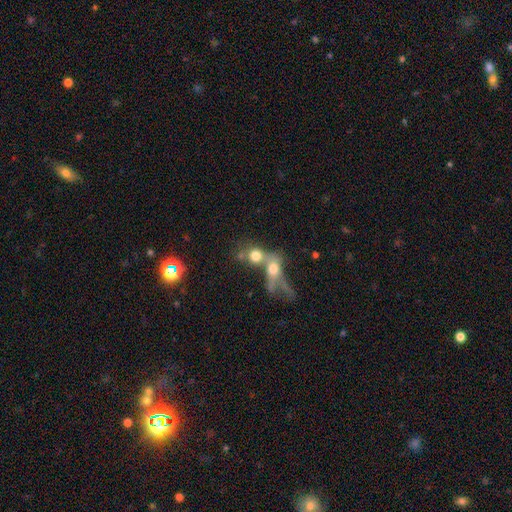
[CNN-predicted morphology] smooth-or-featured: smooth: 66% | featured or disk: 21% | star or artifact: 13%
  how-rounded: round: 67% | in between: 30% | cigar-shaped: 4%
  merging: merger: 67% | none: 18% | major disturbance: 10% | minor disturbance: 6%